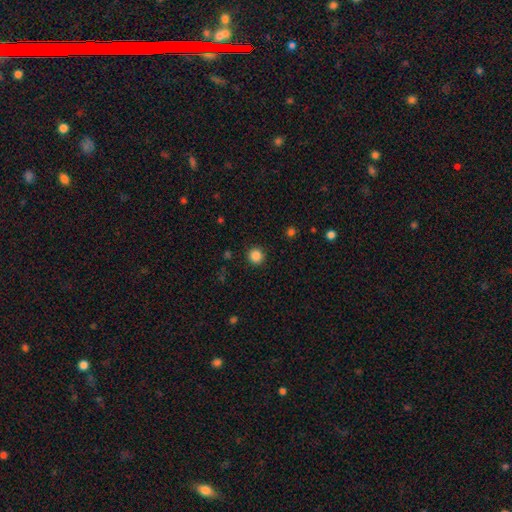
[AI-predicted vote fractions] This appears to be a smooth galaxy with no disk features (86%) that is round (95%). Merging: none (92%).